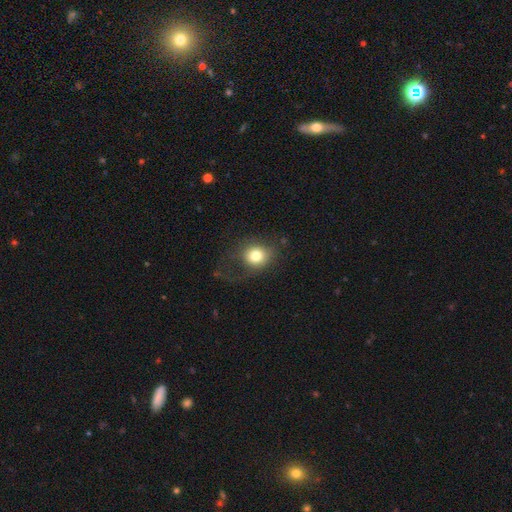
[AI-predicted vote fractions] This appears to be a smooth galaxy with no disk features (76%) that is round (74%). Merging: none (56%).